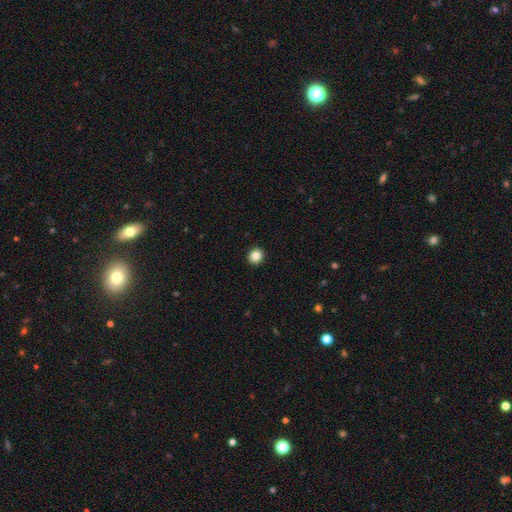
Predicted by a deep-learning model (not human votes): This is clearly a smooth galaxy (85%). How rounded: clearly round (90%). Merging: clearly none (93%).